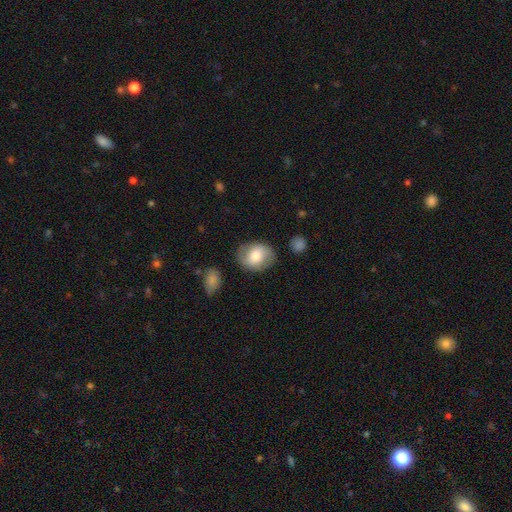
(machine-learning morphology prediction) This is likely a smooth galaxy (69%). How rounded: possibly round (53%). Merging: clearly none (80%).